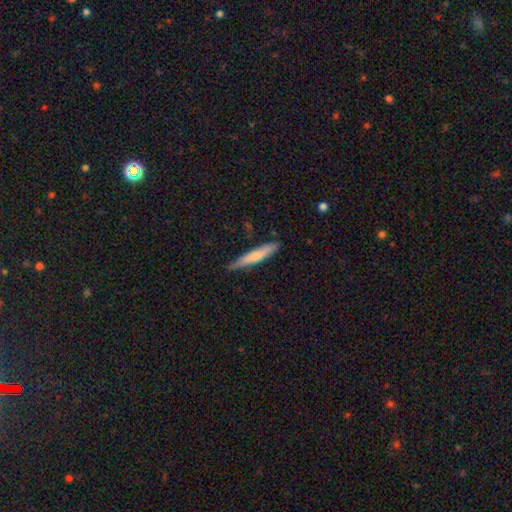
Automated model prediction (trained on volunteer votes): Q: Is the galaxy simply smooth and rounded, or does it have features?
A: smooth — 67%.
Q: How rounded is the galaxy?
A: cigar-shaped — 93%.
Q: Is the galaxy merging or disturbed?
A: none — 82%.